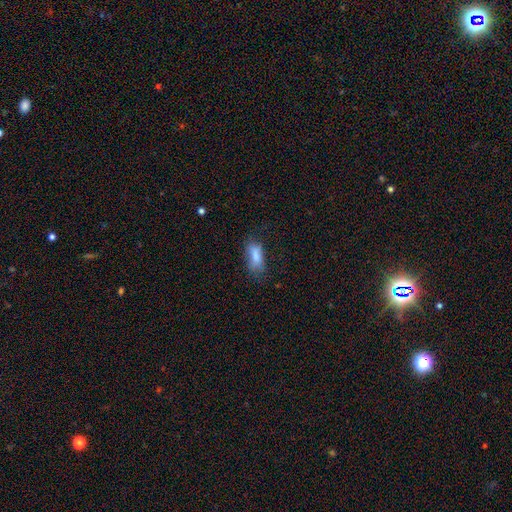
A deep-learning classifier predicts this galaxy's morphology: Smooth or featured?
  - smooth: 78% *
  - featured or disk: 12%
  - star or artifact: 10%
How rounded?
  - in between: 82% *
  - cigar-shaped: 15%
  - round: 3%
Merging?
  - none: 50% *
  - minor disturbance: 28%
  - major disturbance: 18%
  - merger: 4%